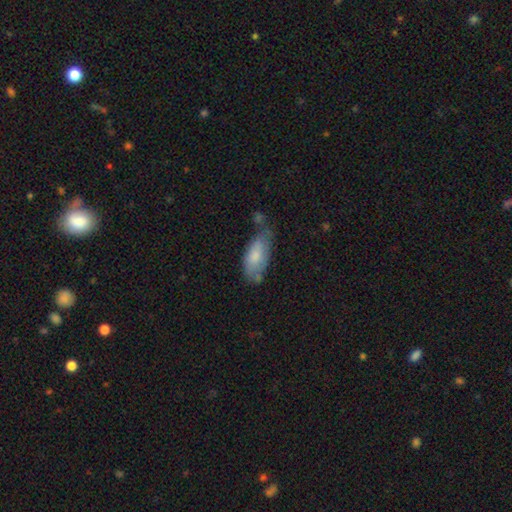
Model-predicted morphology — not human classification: A smooth galaxy with no disk features (74%) that is in between round and cigar-shaped (87%). Merging: none (41%).